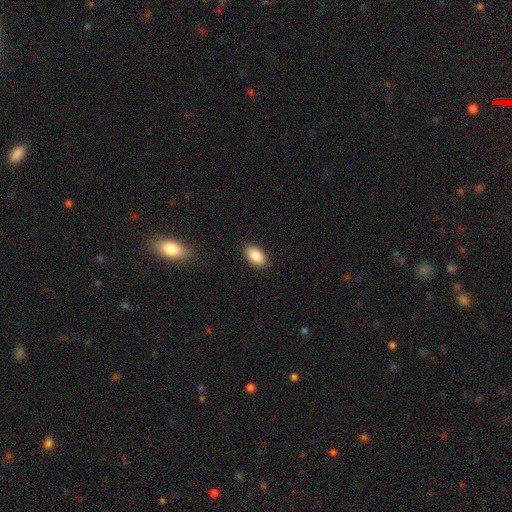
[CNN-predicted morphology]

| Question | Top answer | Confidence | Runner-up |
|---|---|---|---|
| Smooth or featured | smooth | 88% | star or artifact (7%) |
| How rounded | in between | 94% | round (4%) |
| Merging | none | 89% | minor disturbance (8%) |